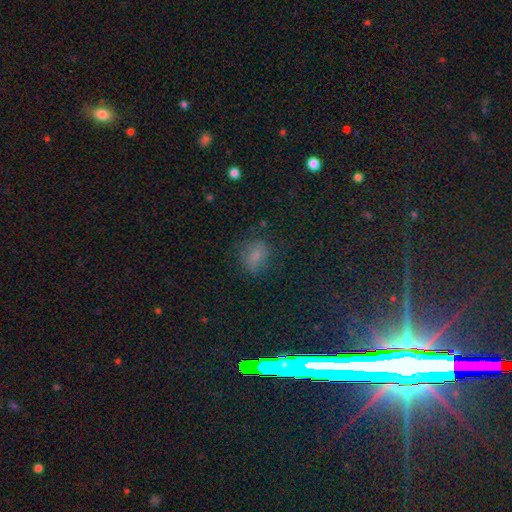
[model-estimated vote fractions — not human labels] Morphology: type=smooth (64%); roundness=round (51%); merging=none (70%).